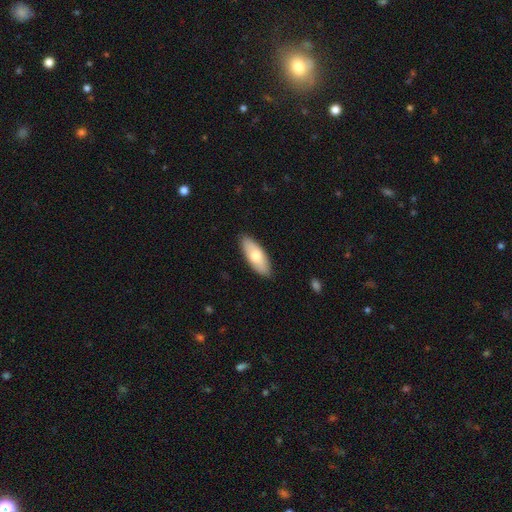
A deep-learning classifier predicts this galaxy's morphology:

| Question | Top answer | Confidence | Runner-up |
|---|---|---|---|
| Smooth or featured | smooth | 72% | featured or disk (23%) |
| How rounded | in between | 78% | cigar-shaped (20%) |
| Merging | none | 87% | minor disturbance (10%) |